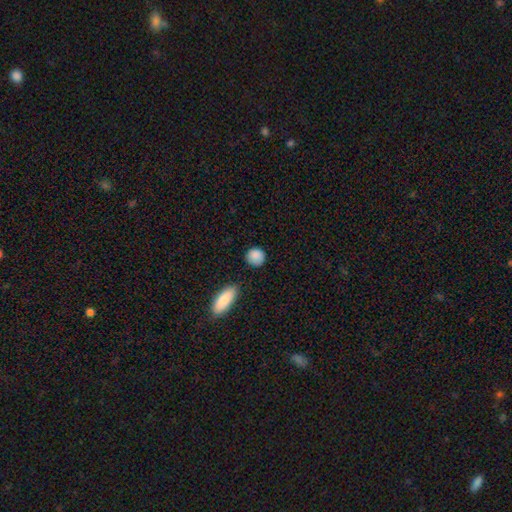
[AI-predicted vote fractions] Smooth or featured: smooth — 88% (star or artifact — 8%)
How rounded: round — 83% (in between — 15%)
Merging: none — 80% (minor disturbance — 14%)